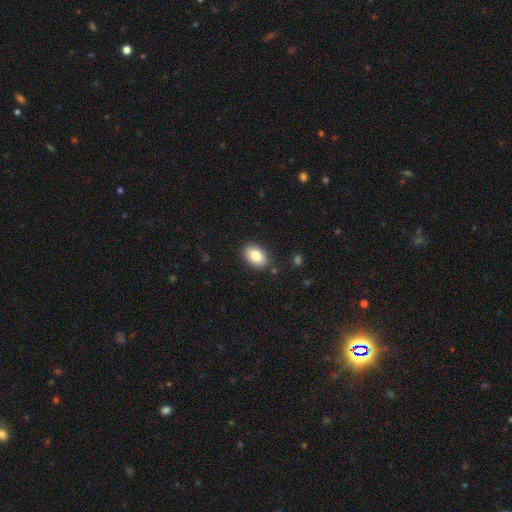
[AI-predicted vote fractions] A smooth galaxy with no disk features (85%) that is in between round and cigar-shaped (87%).

Vote fractions:
- Smooth or featured? smooth: 85% / featured or disk: 8% / star or artifact: 7%
- How rounded? in between: 87% / round: 12% / cigar-shaped: 1%
- Merging? none: 87% / minor disturbance: 9% / major disturbance: 2% / merger: 1%